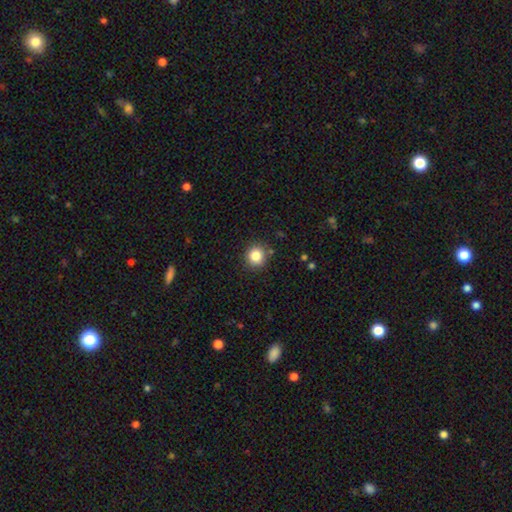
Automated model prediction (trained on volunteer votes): Overall: smooth (83%). How rounded: round (90%). Merging: none (87%).